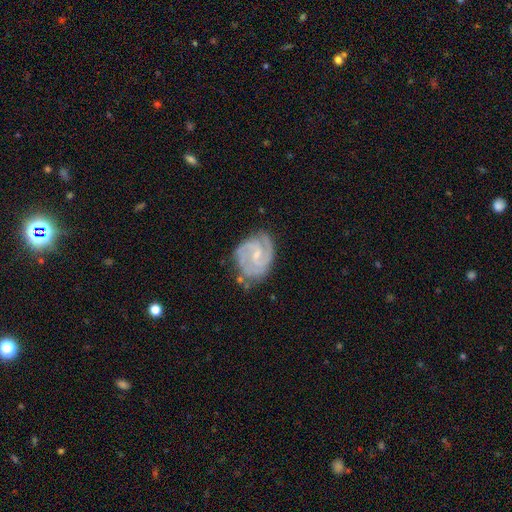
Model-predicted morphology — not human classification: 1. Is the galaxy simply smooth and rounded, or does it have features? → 89% featured or disk, 6% smooth, 4% star or artifact.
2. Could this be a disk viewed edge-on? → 98% no, 2% yes.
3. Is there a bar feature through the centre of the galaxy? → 51% weak, 39% no, 10% strong.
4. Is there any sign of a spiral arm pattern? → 98% yes, 2% no.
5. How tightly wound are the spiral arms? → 49% tight, 44% medium, 7% loose.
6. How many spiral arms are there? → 69% 2, 16% 3, 7% can't tell, 3% 4, 3% 1, 2% more than 4.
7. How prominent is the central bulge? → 69% small, 25% moderate, 5% none, 1% large, 1% dominant.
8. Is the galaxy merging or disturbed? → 68% none, 23% minor disturbance, 7% major disturbance, 3% merger.